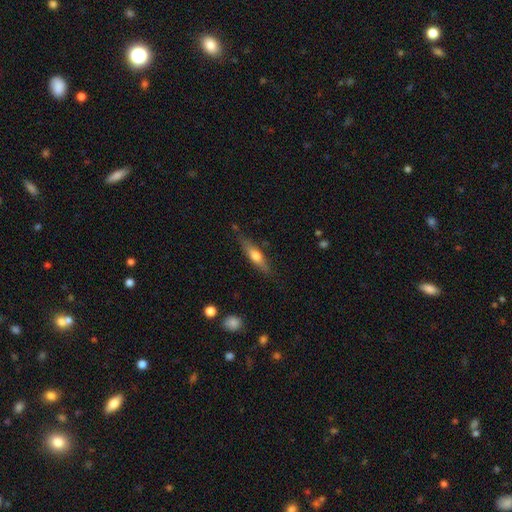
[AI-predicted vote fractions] smooth-or-featured: smooth: 53% | featured or disk: 41% | star or artifact: 6%
  how-rounded: cigar-shaped: 70% | in between: 27% | round: 2%
  merging: none: 77% | minor disturbance: 16% | major disturbance: 4% | merger: 2%